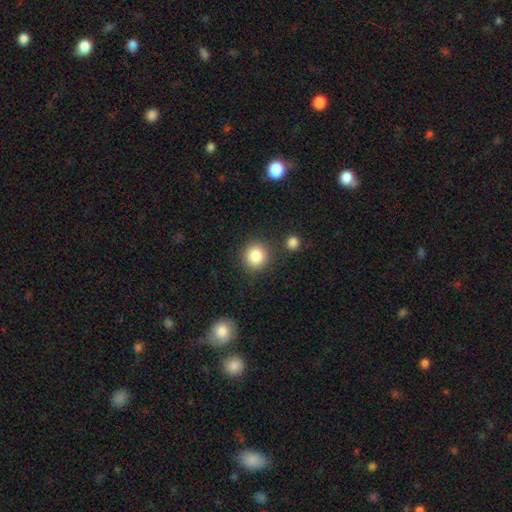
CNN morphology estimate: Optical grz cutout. It shows a smooth galaxy with no disk features (85%) that is round (91%). Merging: none (84%).